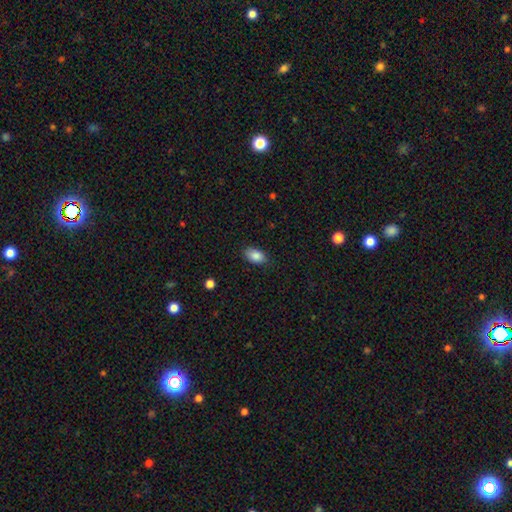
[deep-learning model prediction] A smooth galaxy with no disk features (86%) that is in between round and cigar-shaped (91%). Merging: none (84%).